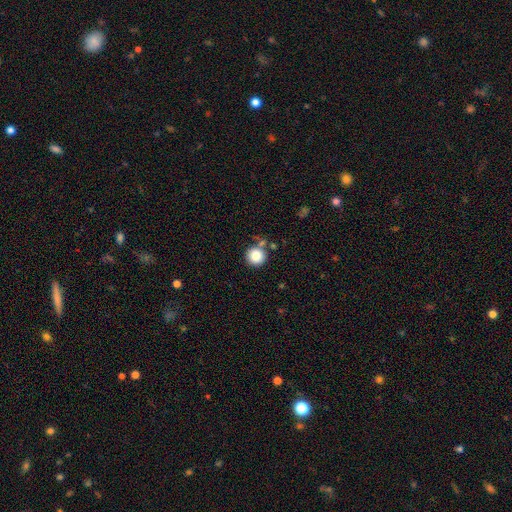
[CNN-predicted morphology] A smooth galaxy with no disk features (85%) that is round (94%).

Vote fractions:
- Smooth or featured? smooth: 85% / star or artifact: 10% / featured or disk: 6%
- How rounded? round: 94% / in between: 5% / cigar-shaped: 1%
- Merging? none: 74% / merger: 11% / minor disturbance: 11% / major disturbance: 4%